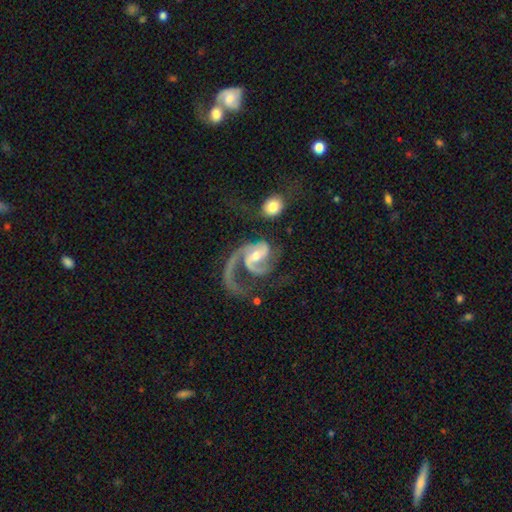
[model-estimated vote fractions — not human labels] Smooth or featured: featured or disk — 91% (smooth — 5%)
Edge-on disk: no — 98% (yes — 2%)
Bar: weak — 45% (no — 31%)
Spiral arms: yes — 97% (no — 3%)
Spiral winding: medium — 44% (loose — 43%)
Spiral arm count: 2 — 48% (1 — 37%)
Bulge size: moderate — 54% (small — 40%)
Merging: major disturbance — 49% (none — 29%)